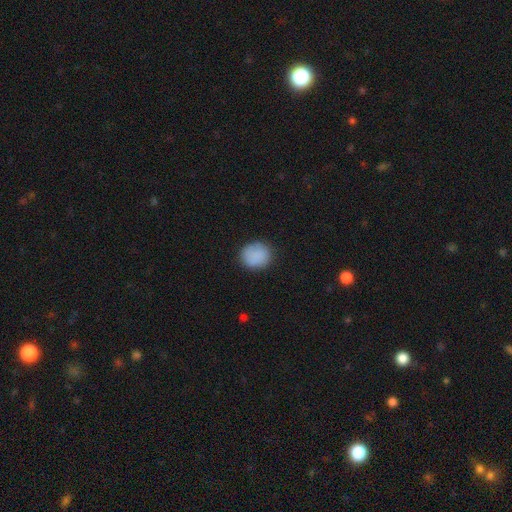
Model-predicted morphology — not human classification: smooth_or_featured: smooth (p=0.87) [alt: star or artifact p=0.08]
how_rounded: round (p=0.81) [alt: in between p=0.18]
merging: none (p=0.83) [alt: minor disturbance p=0.13]